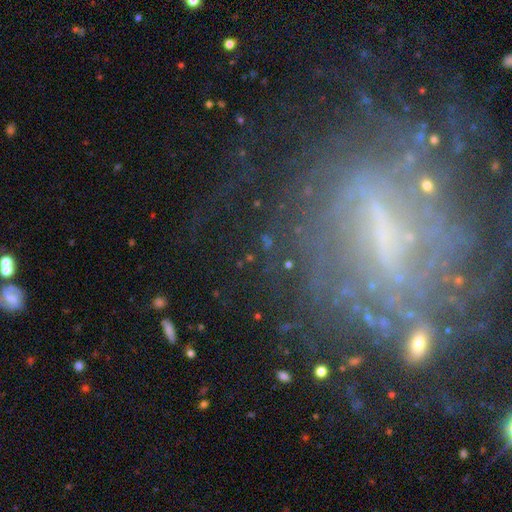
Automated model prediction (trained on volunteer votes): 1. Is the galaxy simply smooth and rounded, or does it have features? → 70% featured or disk, 17% star or artifact, 13% smooth.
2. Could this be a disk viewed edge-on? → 93% no, 7% yes.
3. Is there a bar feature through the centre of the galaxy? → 44% strong, 34% weak, 22% no.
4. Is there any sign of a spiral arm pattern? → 68% yes, 32% no.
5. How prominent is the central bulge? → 41% none, 34% small, 19% moderate, 4% large, 2% dominant.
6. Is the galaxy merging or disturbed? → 59% none, 19% major disturbance, 16% minor disturbance, 5% merger.